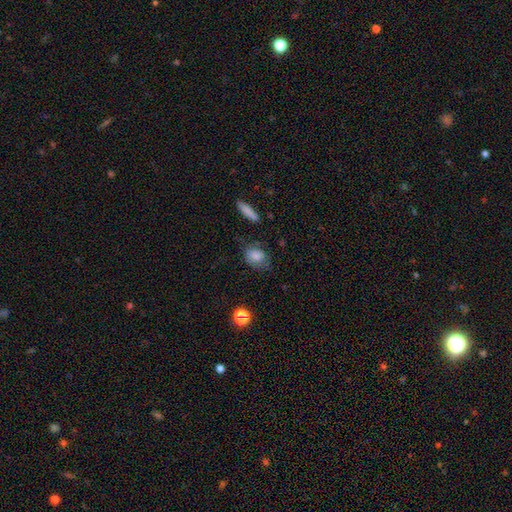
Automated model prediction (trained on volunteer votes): Smooth or featured? smooth (77%)
How rounded? in between (59%)
Merging? none (59%)